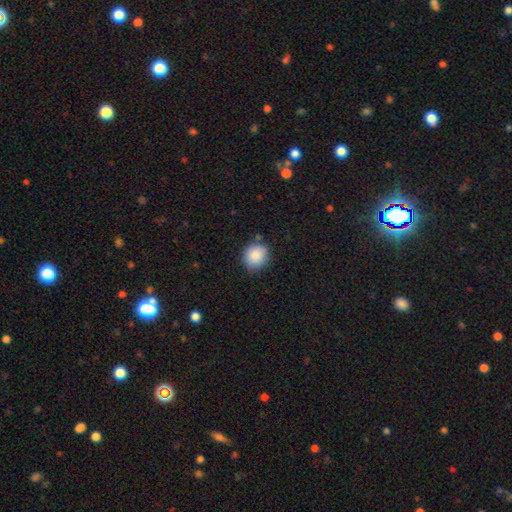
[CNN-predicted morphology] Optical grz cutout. It shows a smooth galaxy with no disk features (88%) that is round (82%). Merging: none (80%).